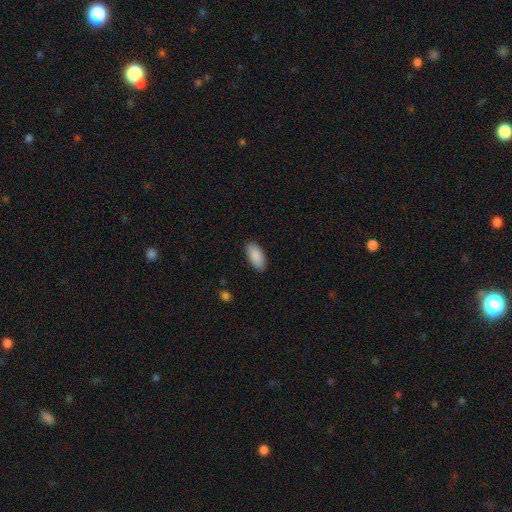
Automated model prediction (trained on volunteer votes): Q: Smooth or featured?
A: smooth (90%); runner-up: star or artifact (6%)
Q: How rounded?
A: in between (93%); runner-up: cigar-shaped (5%)
Q: Merging?
A: none (87%); runner-up: minor disturbance (10%)